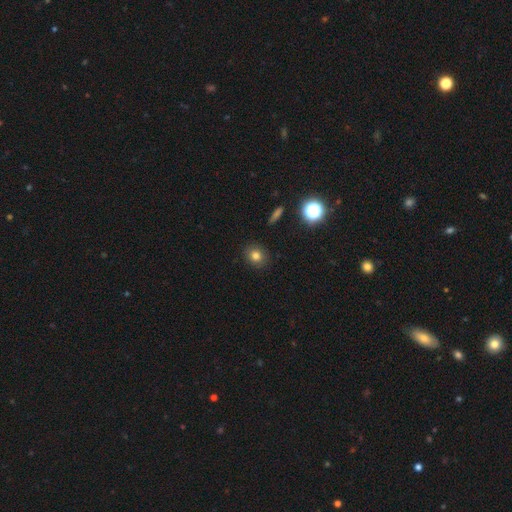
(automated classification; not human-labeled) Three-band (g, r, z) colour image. It shows a smooth galaxy with no disk features (78%) that is round (67%). Merging: none (89%).